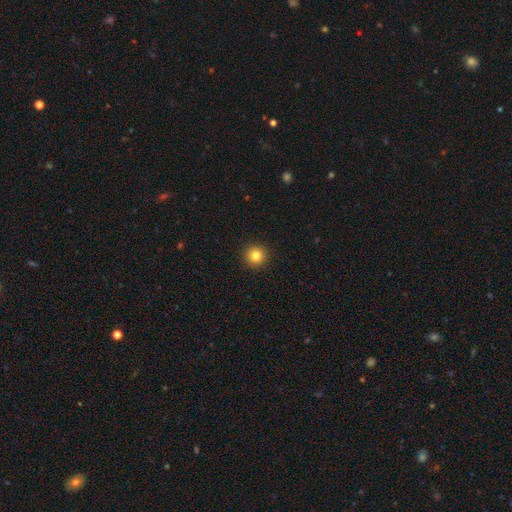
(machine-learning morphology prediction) The model was most divided on "smooth or featured": smooth: 82%, star or artifact: 12%, featured or disk: 6%. More confident: how rounded — round (95%); merging — none (93%).